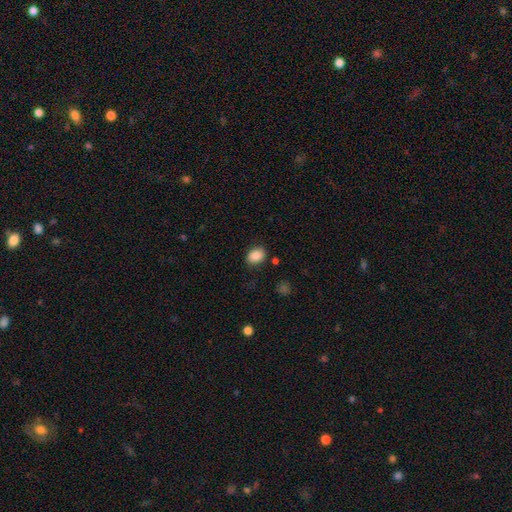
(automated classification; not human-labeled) Smooth or featured? smooth (87%)
How rounded? in between (70%)
Merging? none (85%)